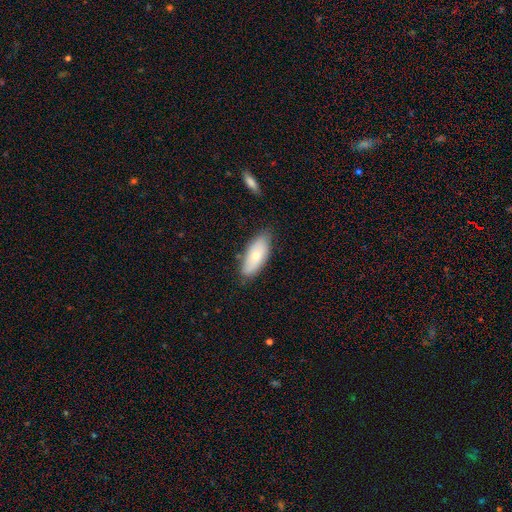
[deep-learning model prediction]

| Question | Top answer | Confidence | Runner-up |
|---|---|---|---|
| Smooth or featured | smooth | 67% | featured or disk (27%) |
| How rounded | in between | 84% | cigar-shaped (14%) |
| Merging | none | 78% | minor disturbance (17%) |